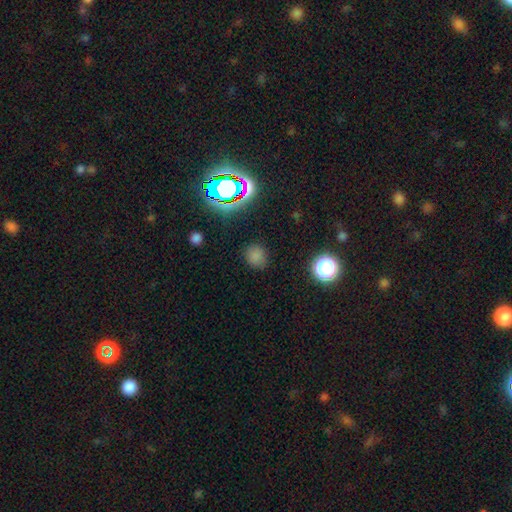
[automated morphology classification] This appears to be a smooth galaxy with no disk features (71%) that is round (78%). Merging: none (83%).